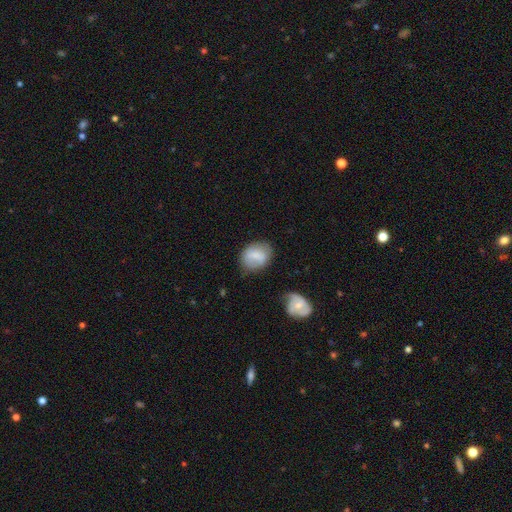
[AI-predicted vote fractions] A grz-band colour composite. It shows a smooth galaxy with no disk features (69%) that is in between round and cigar-shaped (61%). Merging: none (63%).